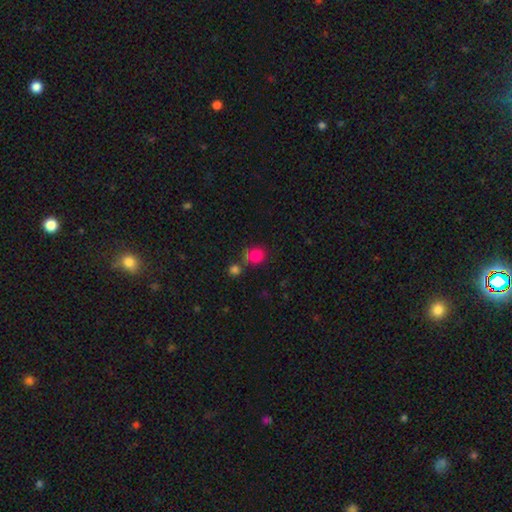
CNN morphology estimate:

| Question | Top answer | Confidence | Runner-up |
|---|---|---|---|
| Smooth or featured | smooth | 81% | star or artifact (13%) |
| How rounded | round | 83% | in between (16%) |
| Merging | none | 63% | merger (20%) |